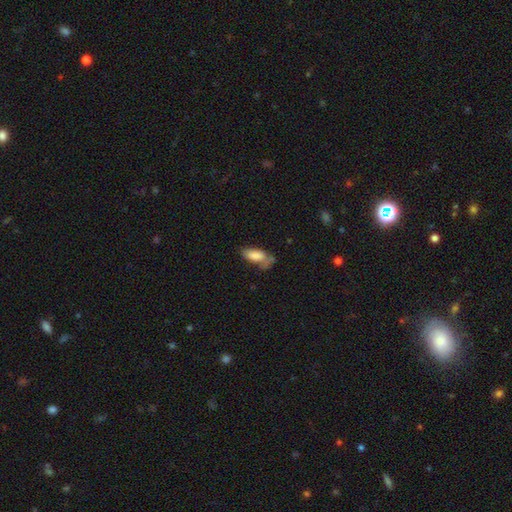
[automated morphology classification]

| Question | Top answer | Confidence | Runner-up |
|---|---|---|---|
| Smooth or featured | smooth | 79% | featured or disk (13%) |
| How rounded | in between | 85% | cigar-shaped (13%) |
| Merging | none | 36% | minor disturbance (32%) |